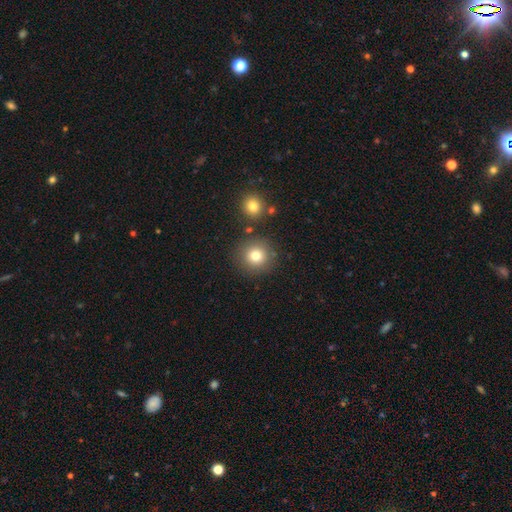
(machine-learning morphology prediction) smooth_or_featured: smooth (p=0.79) [alt: star or artifact p=0.12]
how_rounded: round (p=0.93) [alt: in between p=0.06]
merging: none (p=0.83) [alt: minor disturbance p=0.07]